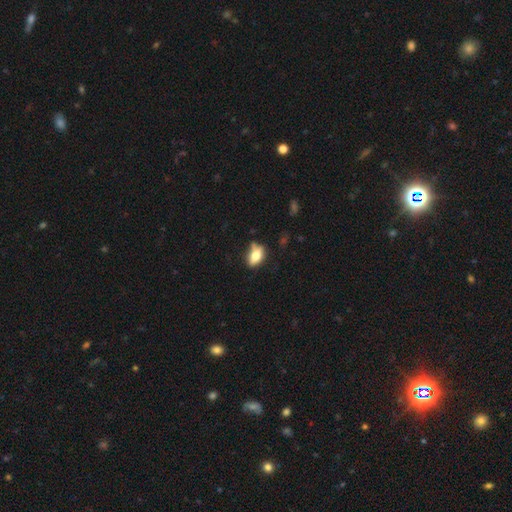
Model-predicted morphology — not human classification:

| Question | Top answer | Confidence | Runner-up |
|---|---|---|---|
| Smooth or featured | smooth | 72% | featured or disk (20%) |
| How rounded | in between | 85% | round (10%) |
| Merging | none | 52% | minor disturbance (31%) |